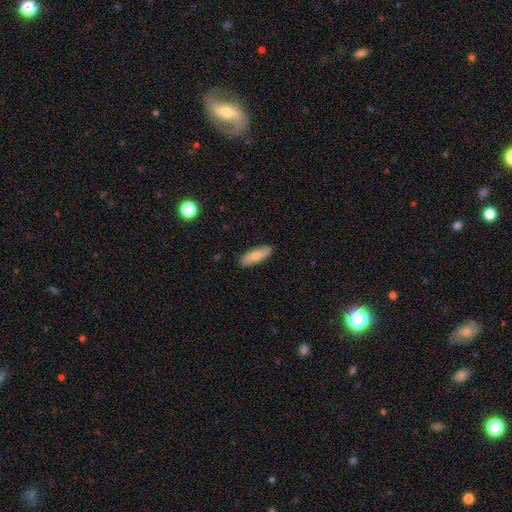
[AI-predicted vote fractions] This is likely a smooth galaxy (73%). How rounded: likely in between (63%). Merging: clearly none (87%).